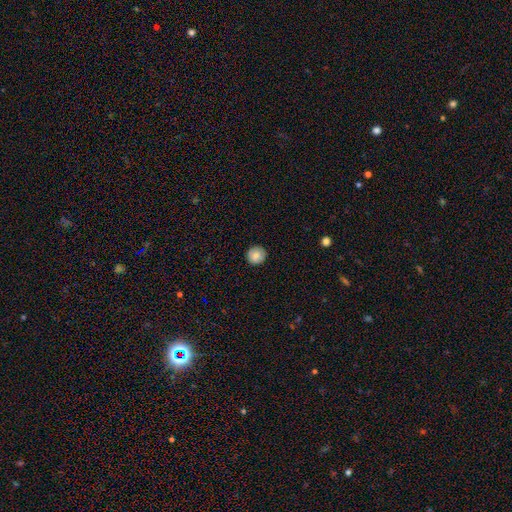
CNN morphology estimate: Smooth or featured? Predicted: smooth (p=0.85). How rounded? Predicted: round (p=0.94). Merging? Predicted: none (p=0.91).